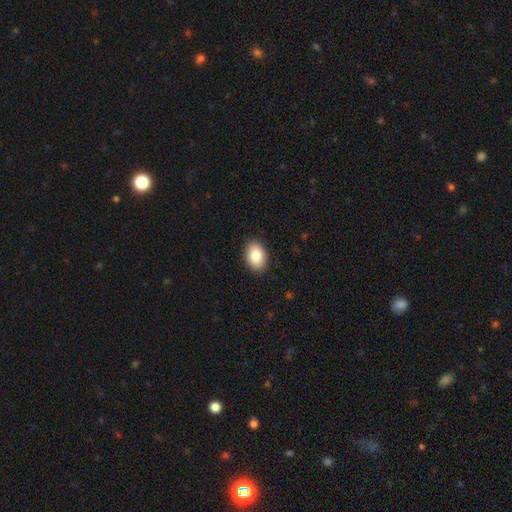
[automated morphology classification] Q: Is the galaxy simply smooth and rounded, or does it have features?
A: smooth — 85%.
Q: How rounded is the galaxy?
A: in between — 83%.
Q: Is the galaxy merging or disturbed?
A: none — 90%.